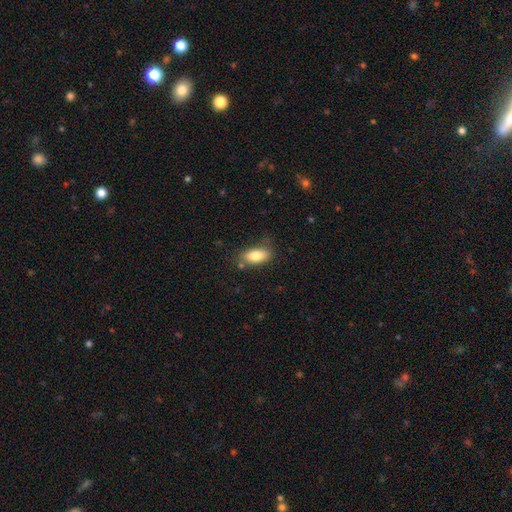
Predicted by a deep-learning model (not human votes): Morphology: type=smooth (82%); roundness=in between (87%); merging=none (74%).